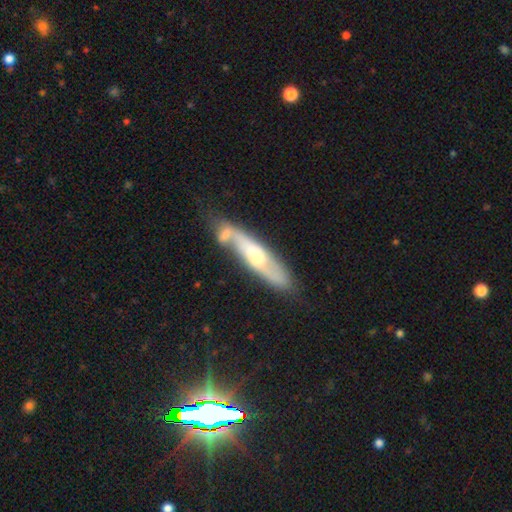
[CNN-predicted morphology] featured or disk 64%, smooth 30%, star or artifact 6%. Down the decision tree: edge-on disk — yes (51%); merging — none (53%).